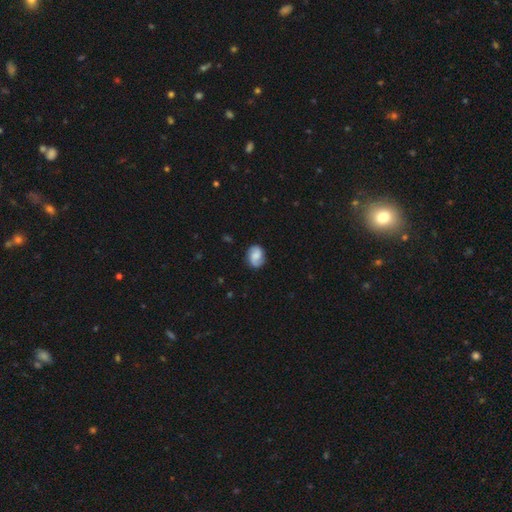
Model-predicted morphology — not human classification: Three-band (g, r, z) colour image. It shows a featured or disk galaxy (51%). Merging: none (82%).